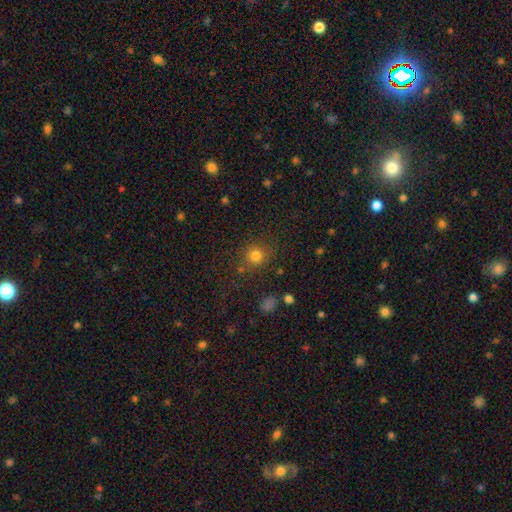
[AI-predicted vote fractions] Overall: smooth (78%). How rounded: round (86%). Merging: none (78%).